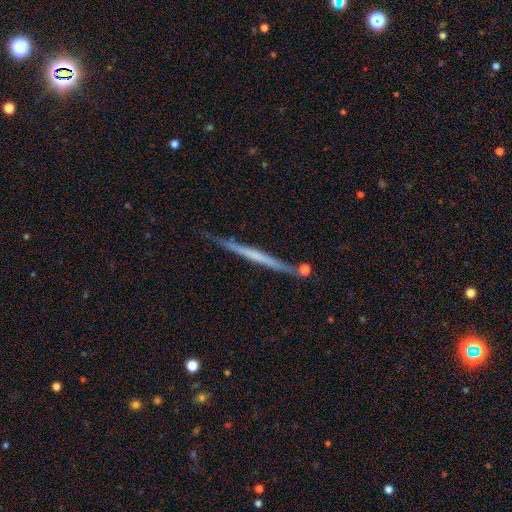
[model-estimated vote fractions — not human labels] The model was most divided on "smooth or featured": featured or disk: 60%, smooth: 34%, star or artifact: 6%. More confident: edge-on disk — yes (97%); edge-on bulge — none (85%); merging — none (82%).